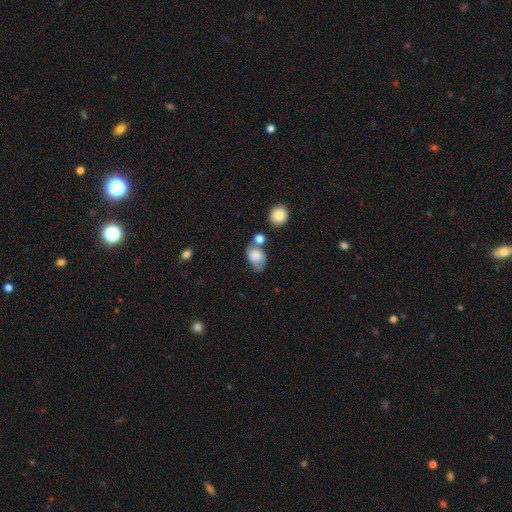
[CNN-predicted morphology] A smooth galaxy with no disk features (75%) that is in between round and cigar-shaped (82%). Merging: none (44%).